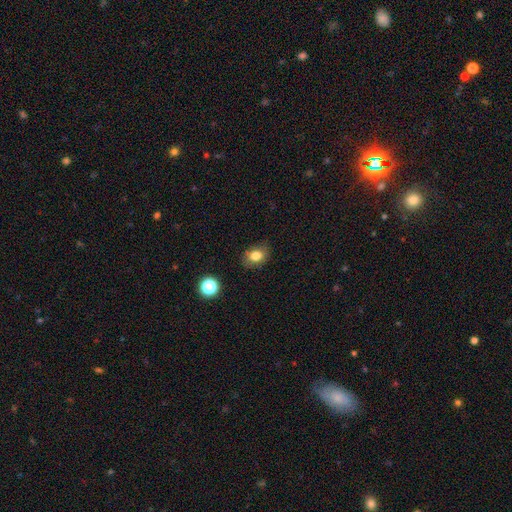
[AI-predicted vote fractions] Q: Smooth or featured?
A: smooth (80%); runner-up: star or artifact (11%)
Q: How rounded?
A: in between (63%); runner-up: round (36%)
Q: Merging?
A: none (79%); runner-up: minor disturbance (16%)